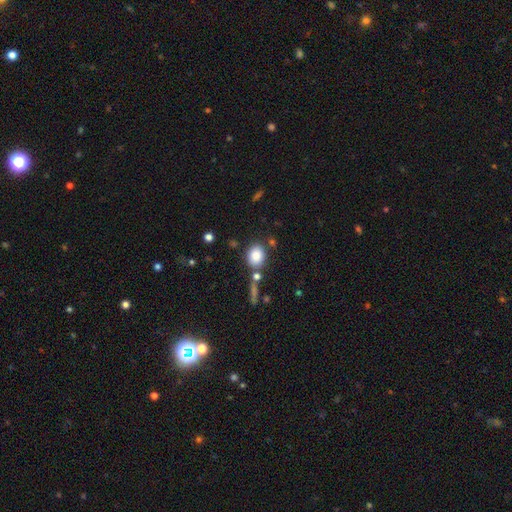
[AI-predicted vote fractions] Overall: smooth (84%). How rounded: in between (55%; round 44%). Merging: none (74%).